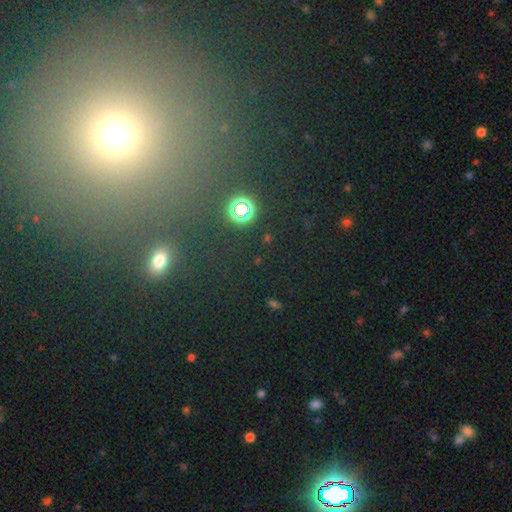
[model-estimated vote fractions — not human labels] The model was most divided on "smooth or featured": star or artifact: 53%, smooth: 37%, featured or disk: 10%.